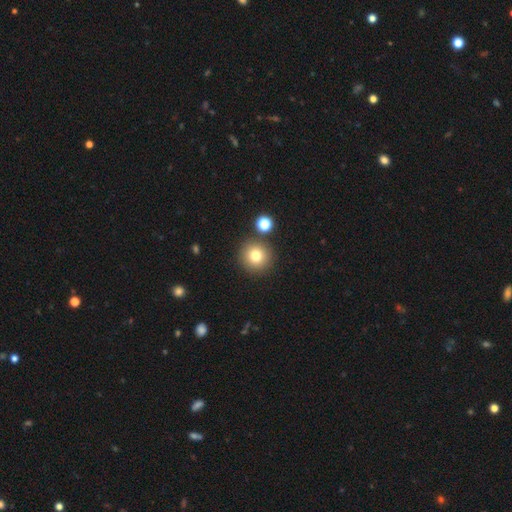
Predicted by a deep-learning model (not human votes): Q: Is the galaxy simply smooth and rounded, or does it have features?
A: smooth — 78%.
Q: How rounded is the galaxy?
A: round — 94%.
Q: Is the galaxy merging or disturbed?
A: none — 84%.